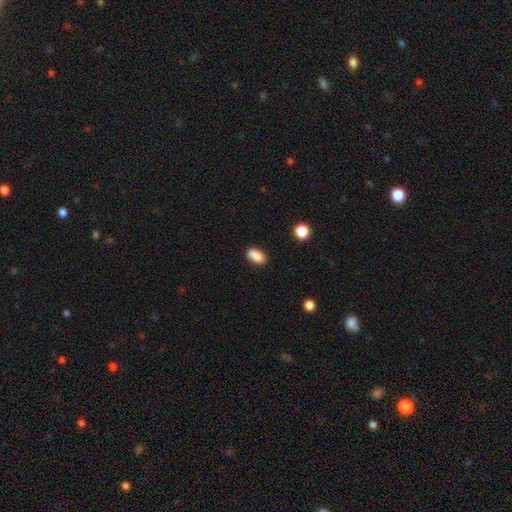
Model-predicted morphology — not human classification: A smooth galaxy with no disk features (88%) that is in between round and cigar-shaped (89%).

Vote fractions:
- Smooth or featured? smooth: 88% / star or artifact: 8% / featured or disk: 4%
- How rounded? in between: 89% / cigar-shaped: 7% / round: 4%
- Merging? none: 84% / minor disturbance: 12% / major disturbance: 2% / merger: 2%